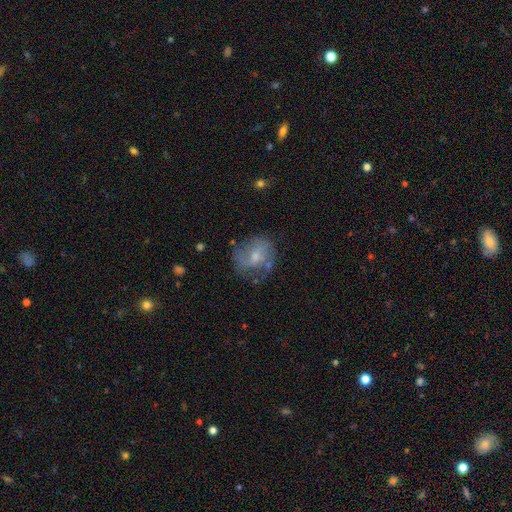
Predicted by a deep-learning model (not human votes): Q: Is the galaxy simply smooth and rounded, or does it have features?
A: featured or disk — 57%.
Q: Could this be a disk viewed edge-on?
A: no — 97%.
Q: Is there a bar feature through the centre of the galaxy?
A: weak — 46%.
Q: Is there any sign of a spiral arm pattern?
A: yes — 72%.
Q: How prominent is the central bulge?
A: small — 44%.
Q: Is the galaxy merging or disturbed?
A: none — 57%.